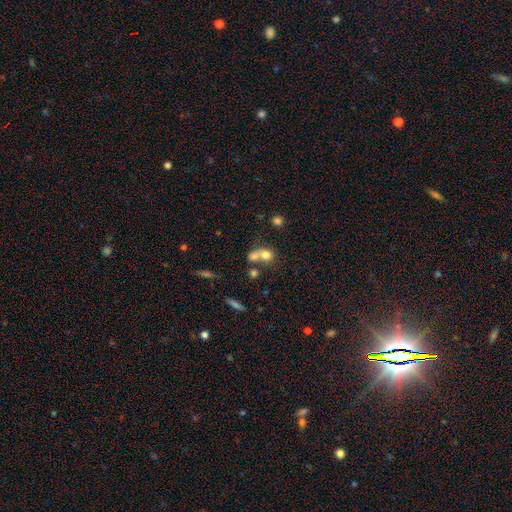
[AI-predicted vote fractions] Q: Smooth or featured?
A: smooth (70%); runner-up: featured or disk (17%)
Q: How rounded?
A: round (63%); runner-up: in between (35%)
Q: Merging?
A: merger (61%); runner-up: none (27%)